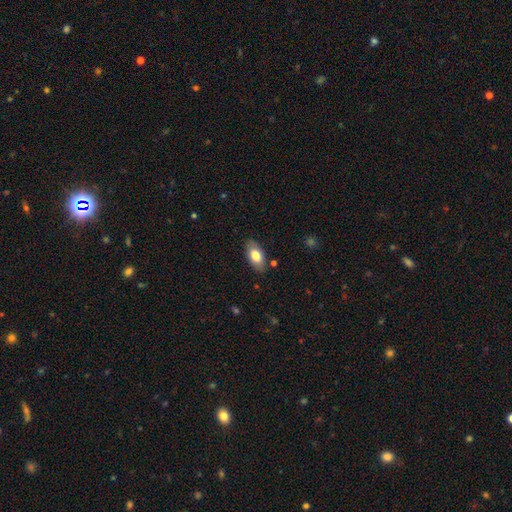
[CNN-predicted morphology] Q: Smooth or featured?
A: smooth (77%); runner-up: featured or disk (16%)
Q: How rounded?
A: in between (92%); runner-up: cigar-shaped (5%)
Q: Merging?
A: none (85%); runner-up: minor disturbance (11%)